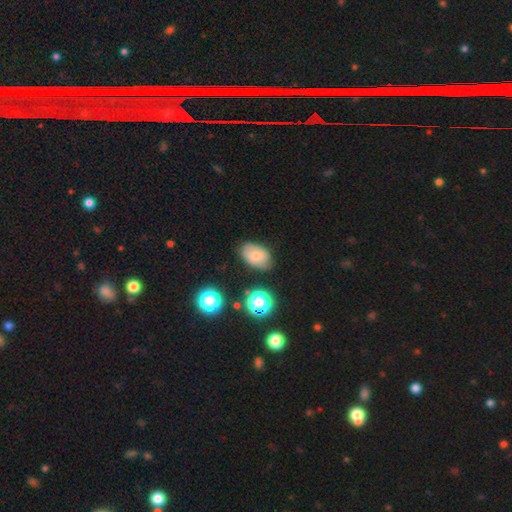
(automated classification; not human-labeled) smooth 73%, featured or disk 16%, star or artifact 12%. Down the decision tree: how rounded — in between (87%); merging — none (76%).